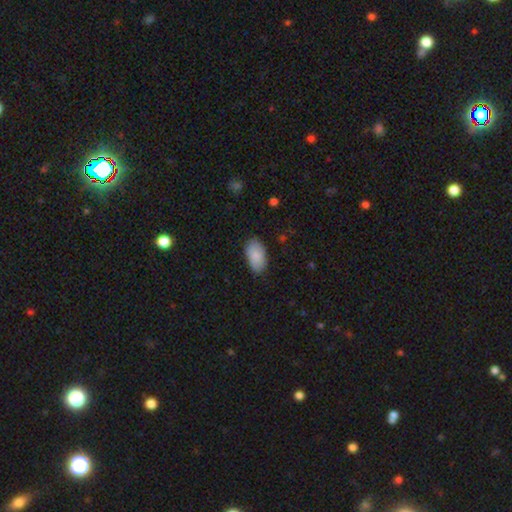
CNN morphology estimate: The model was most divided on "merging": none: 80%, minor disturbance: 16%, major disturbance: 3%, merger: 1%. More confident: how rounded — in between (95%); smooth or featured — smooth (88%).